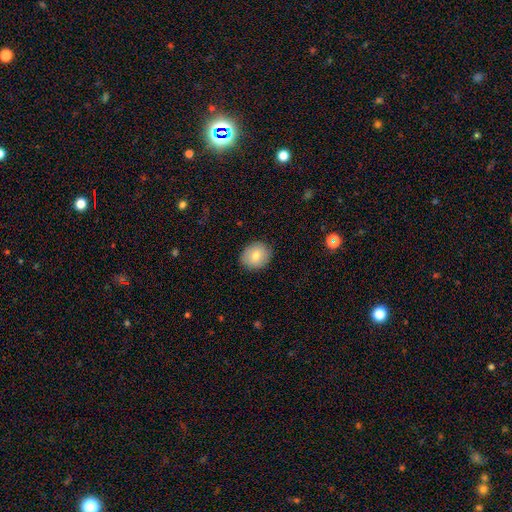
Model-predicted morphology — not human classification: A smooth galaxy with no disk features (74%) that is round (68%).

Vote fractions:
- Smooth or featured? smooth: 74% / featured or disk: 17% / star or artifact: 8%
- How rounded? round: 68% / in between: 31% / cigar-shaped: 1%
- Merging? none: 87% / minor disturbance: 9% / major disturbance: 2% / merger: 1%